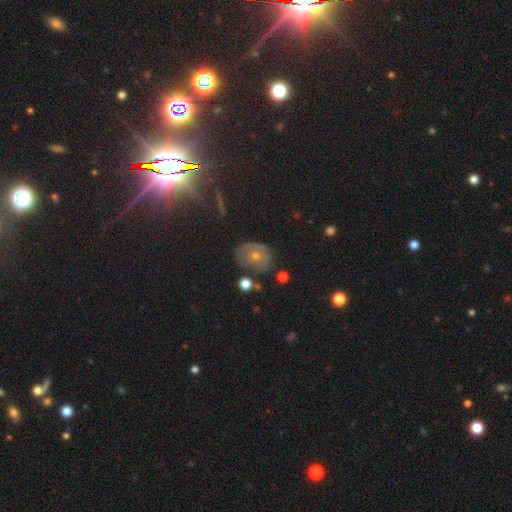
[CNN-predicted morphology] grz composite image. It shows a featured or disk galaxy (40%). Merging: none (70%).